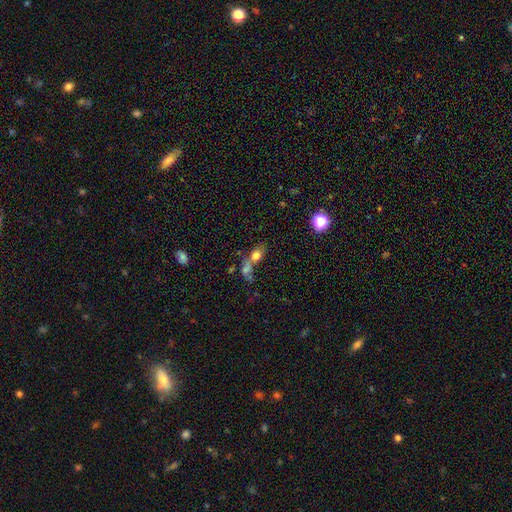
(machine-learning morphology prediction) Smooth or featured: smooth — 70% (featured or disk — 16%)
How rounded: in between — 68% (round — 26%)
Merging: merger — 50% (none — 31%)